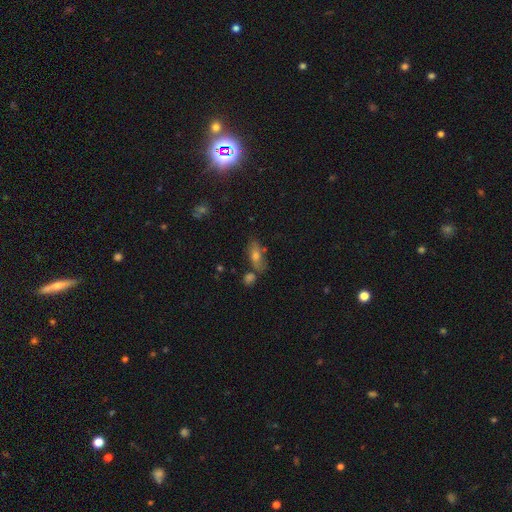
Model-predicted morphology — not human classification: smooth-or-featured: smooth: 48% | featured or disk: 30% | star or artifact: 22%
  merging: none: 62% | minor disturbance: 16% | merger: 16% | major disturbance: 6%